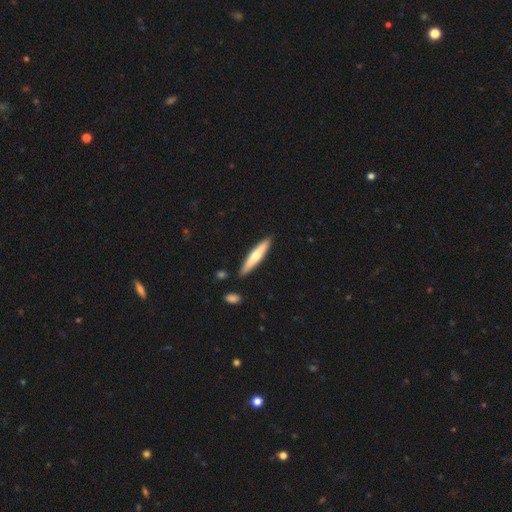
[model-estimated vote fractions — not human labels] Morphology: type=smooth (56%); roundness=cigar-shaped (89%); merging=none (88%).